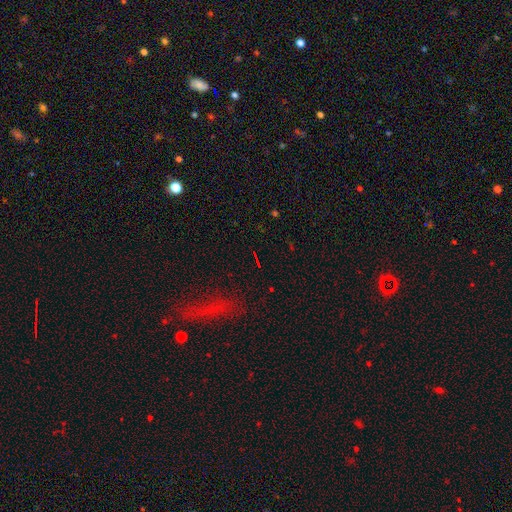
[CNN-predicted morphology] star or artifact 72%, smooth 17%, featured or disk 11%.